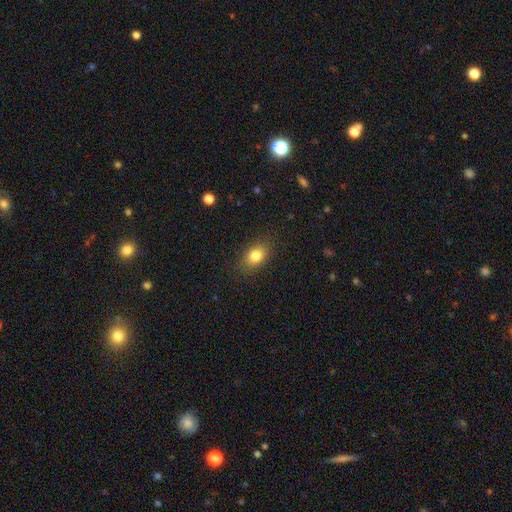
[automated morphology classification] A smooth galaxy with no disk features (82%) that is in between round and cigar-shaped (76%). Merging: none (85%).